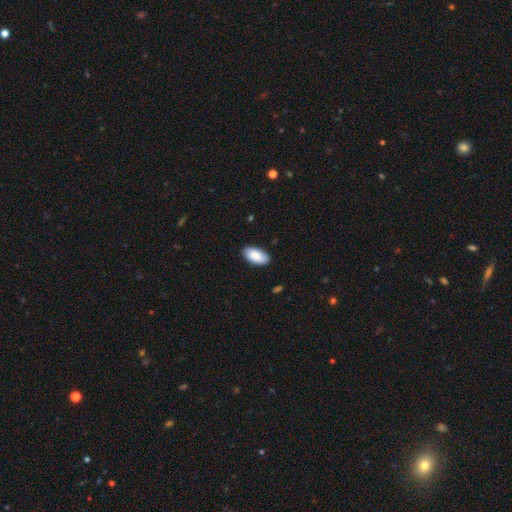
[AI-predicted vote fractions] Smooth or featured?
  - smooth: 87% *
  - featured or disk: 7%
  - star or artifact: 6%
How rounded?
  - in between: 95% *
  - cigar-shaped: 3%
  - round: 2%
Merging?
  - none: 87% *
  - minor disturbance: 10%
  - major disturbance: 2%
  - merger: 1%